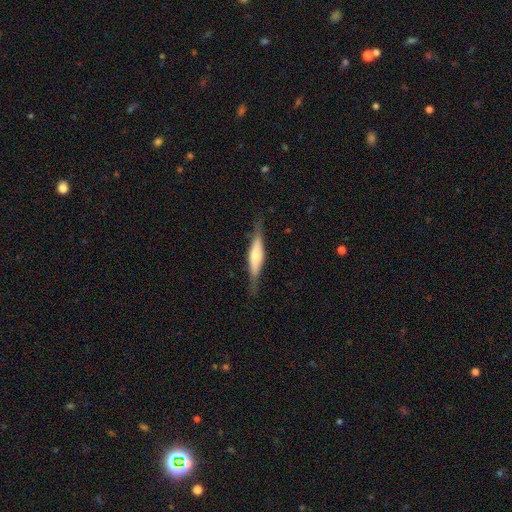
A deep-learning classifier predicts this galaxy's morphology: smooth_or_featured: featured or disk (p=0.56) [alt: smooth p=0.38]
disk_edge_on: yes (p=0.92) [alt: no p=0.08]
edge_on_bulge: rounded (p=0.68) [alt: boxy p=0.21]
merging: none (p=0.80) [alt: minor disturbance p=0.15]